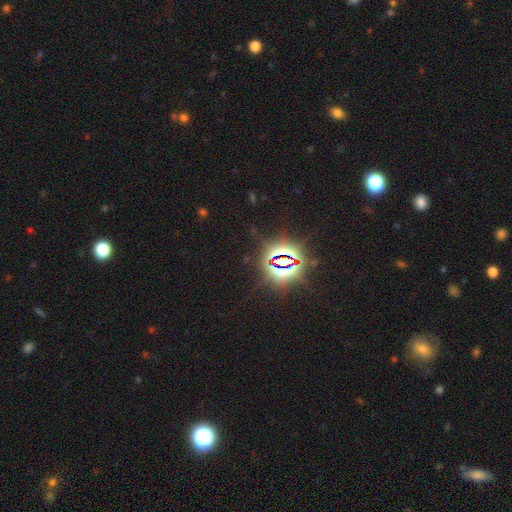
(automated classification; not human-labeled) star or artifact 84%, smooth 10%, featured or disk 6%.